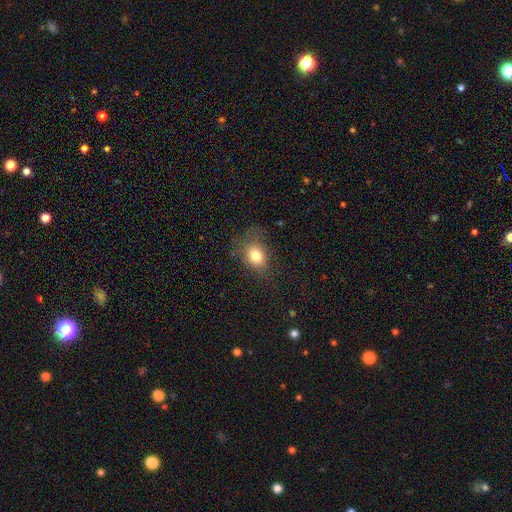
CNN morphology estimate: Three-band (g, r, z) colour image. It shows a smooth galaxy with no disk features (77%) that is in between round and cigar-shaped (57%). Merging: none (63%).